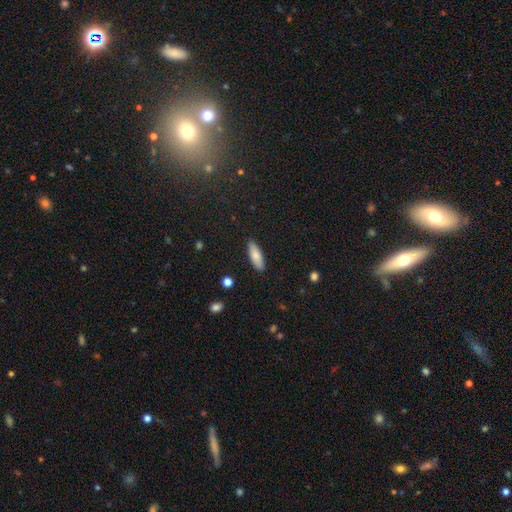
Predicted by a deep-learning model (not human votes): smooth-or-featured: smooth: 82% | featured or disk: 12% | star or artifact: 6%
  how-rounded: in between: 58% | cigar-shaped: 40% | round: 2%
  merging: none: 89% | minor disturbance: 8% | major disturbance: 2% | merger: 1%